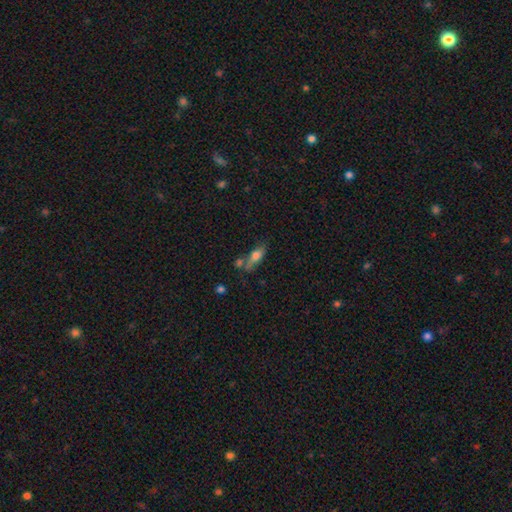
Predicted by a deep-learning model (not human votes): smooth_or_featured: smooth (p=0.69) [alt: featured or disk p=0.21]
how_rounded: in between (p=0.65) [alt: cigar-shaped p=0.30]
merging: none (p=0.42) [alt: merger p=0.26]